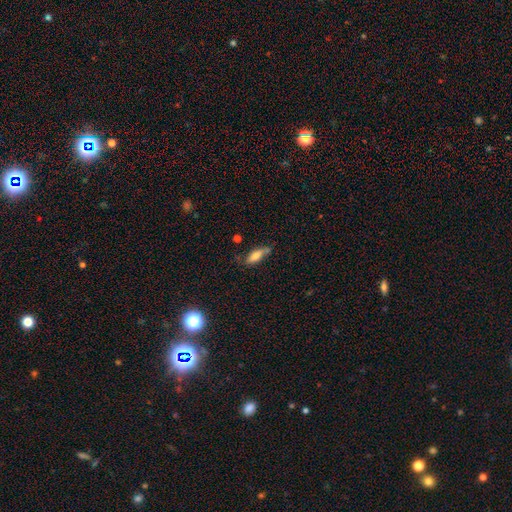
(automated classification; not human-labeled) A smooth galaxy with no disk features (67%) that is in between round and cigar-shaped (59%).

Vote fractions:
- Smooth or featured? smooth: 67% / featured or disk: 25% / star or artifact: 8%
- How rounded? in between: 59% / cigar-shaped: 39% / round: 3%
- Merging? none: 59% / minor disturbance: 28% / major disturbance: 7% / merger: 6%